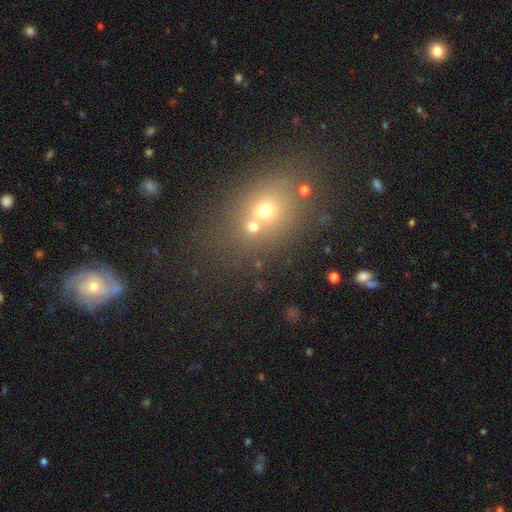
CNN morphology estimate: This is possibly a smooth galaxy (51%). How rounded: possibly round (60%). Merging: possibly none (51%).